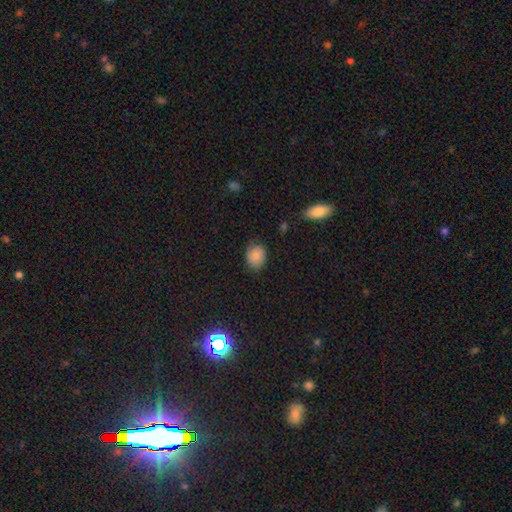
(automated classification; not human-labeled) Morphology: type=smooth (86%); roundness=in between (58%); merging=none (74%).